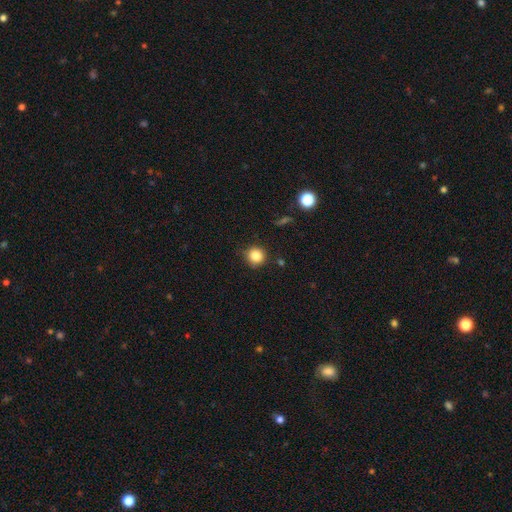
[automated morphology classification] The model was most divided on "smooth or featured": smooth: 84%, star or artifact: 11%, featured or disk: 5%. More confident: how rounded — round (93%); merging — none (86%).